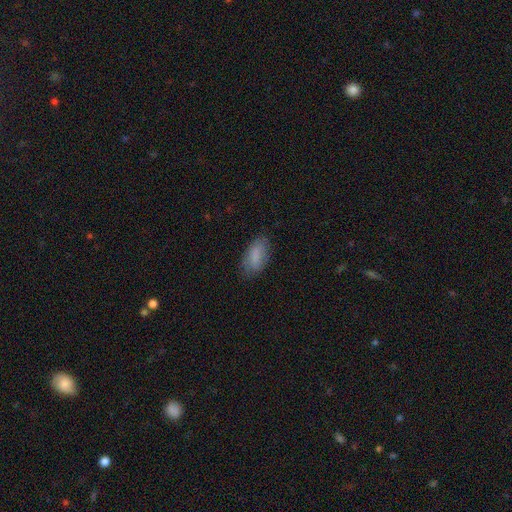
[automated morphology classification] Smooth or featured? Predicted: smooth (p=0.82). How rounded? Predicted: in between (p=0.91). Merging? Predicted: none (p=0.75).